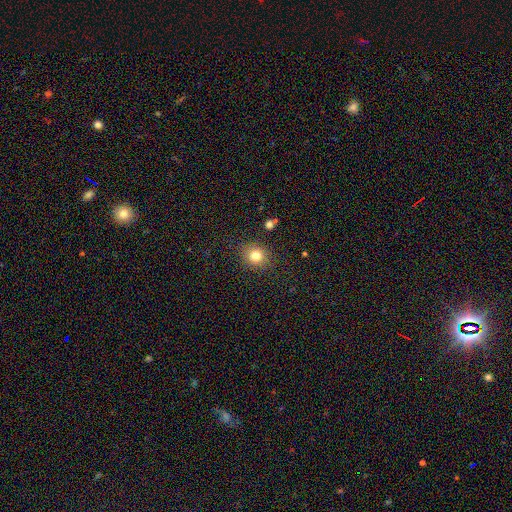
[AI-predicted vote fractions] Q: Smooth or featured?
A: smooth (80%); runner-up: star or artifact (13%)
Q: How rounded?
A: round (84%); runner-up: in between (15%)
Q: Merging?
A: none (87%); runner-up: minor disturbance (8%)